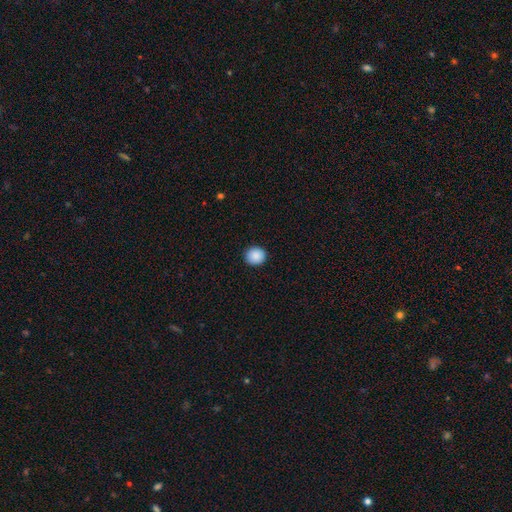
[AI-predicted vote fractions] smooth_or_featured: smooth (p=0.89) [alt: star or artifact p=0.08]
how_rounded: round (p=0.88) [alt: in between p=0.11]
merging: none (p=0.92) [alt: minor disturbance p=0.05]